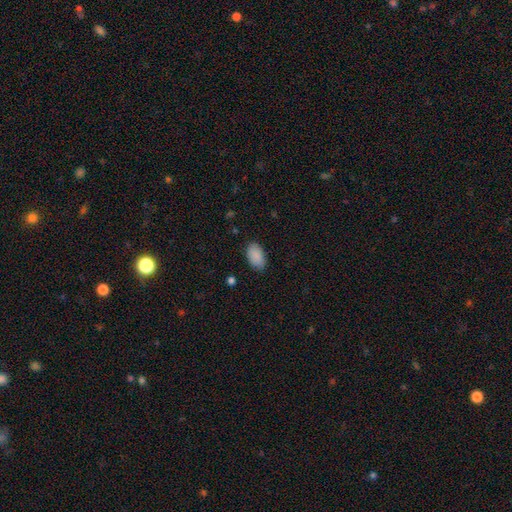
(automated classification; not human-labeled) A smooth galaxy with no disk features (90%) that is in between round and cigar-shaped (94%).

Vote fractions:
- Smooth or featured? smooth: 90% / star or artifact: 7% / featured or disk: 3%
- How rounded? in between: 94% / round: 5% / cigar-shaped: 1%
- Merging? none: 85% / minor disturbance: 12% / major disturbance: 3% / merger: 1%